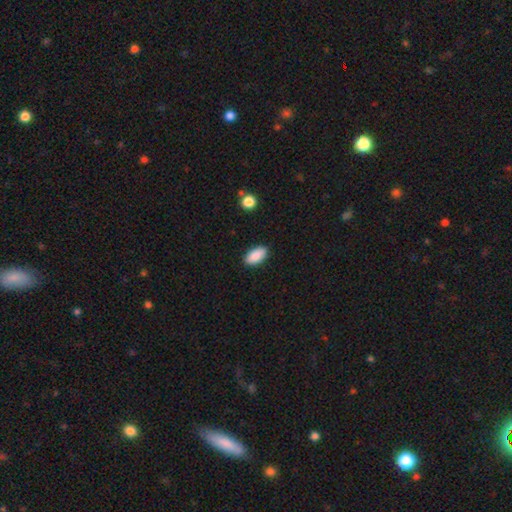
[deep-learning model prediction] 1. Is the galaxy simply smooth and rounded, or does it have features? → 89% smooth, 7% star or artifact, 4% featured or disk.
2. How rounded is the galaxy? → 93% in between, 4% cigar-shaped, 3% round.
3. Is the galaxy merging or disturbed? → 88% none, 9% minor disturbance, 2% major disturbance, 1% merger.